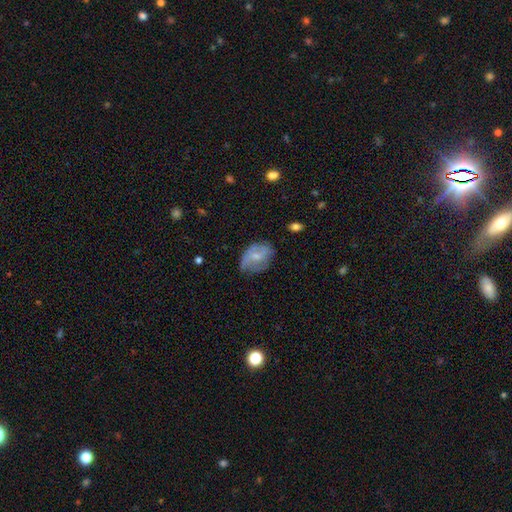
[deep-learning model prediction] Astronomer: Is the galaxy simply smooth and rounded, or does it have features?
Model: featured or disk — 47% (runner-up: smooth, 45%).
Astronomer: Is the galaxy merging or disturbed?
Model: none — 54% (runner-up: minor disturbance, 31%).